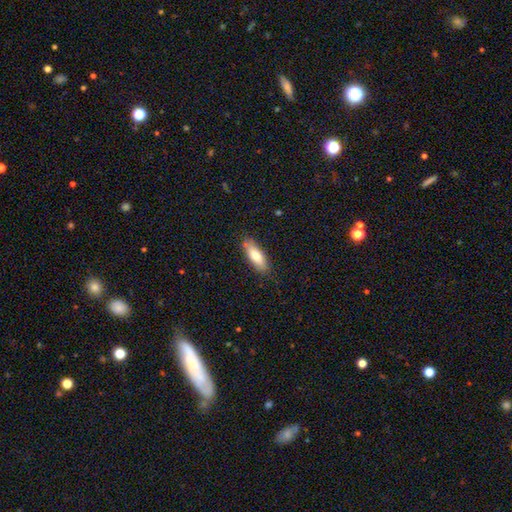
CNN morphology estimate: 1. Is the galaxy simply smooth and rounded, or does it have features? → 75% smooth, 18% featured or disk, 6% star or artifact.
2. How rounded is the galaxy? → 59% in between, 39% cigar-shaped, 2% round.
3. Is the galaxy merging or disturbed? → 81% none, 15% minor disturbance, 3% major disturbance, 2% merger.